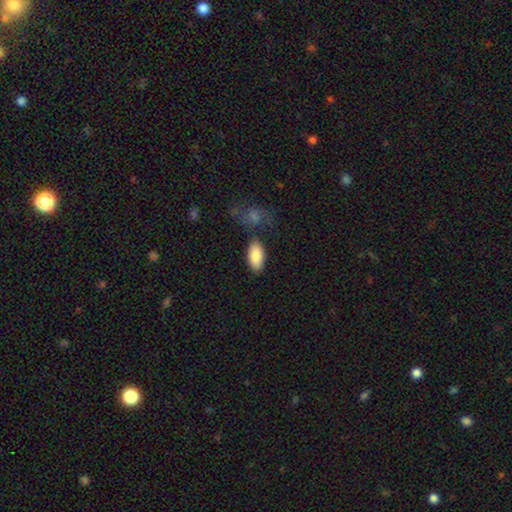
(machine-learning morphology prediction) Smooth or featured: smooth — 87% (featured or disk — 7%)
How rounded: in between — 93% (cigar-shaped — 5%)
Merging: none — 78% (minor disturbance — 12%)